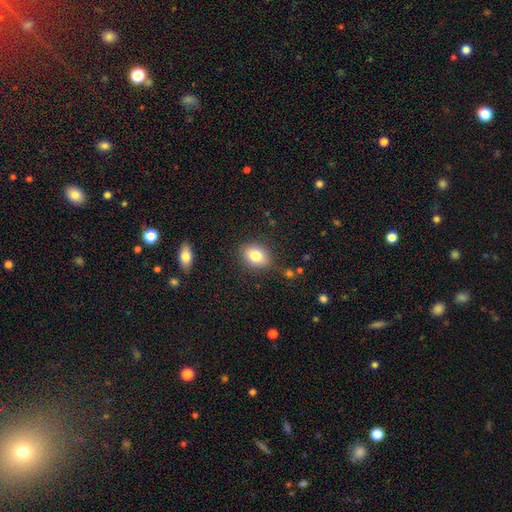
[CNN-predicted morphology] Q: Smooth or featured?
A: smooth (80%); runner-up: featured or disk (10%)
Q: How rounded?
A: in between (60%); runner-up: round (39%)
Q: Merging?
A: none (84%); runner-up: minor disturbance (11%)